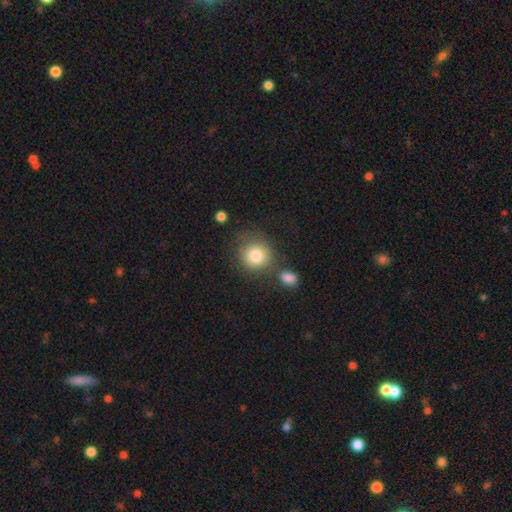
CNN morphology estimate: Smooth or featured?
  - smooth: 82% *
  - star or artifact: 9%
  - featured or disk: 9%
How rounded?
  - round: 88% *
  - in between: 11%
  - cigar-shaped: 1%
Merging?
  - none: 65% *
  - merger: 15%
  - minor disturbance: 14%
  - major disturbance: 6%